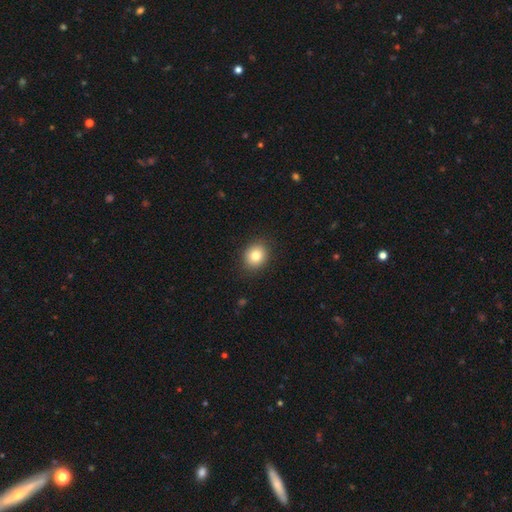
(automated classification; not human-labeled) This appears to be a smooth galaxy with no disk features (82%) that is round (68%). Merging: none (89%).